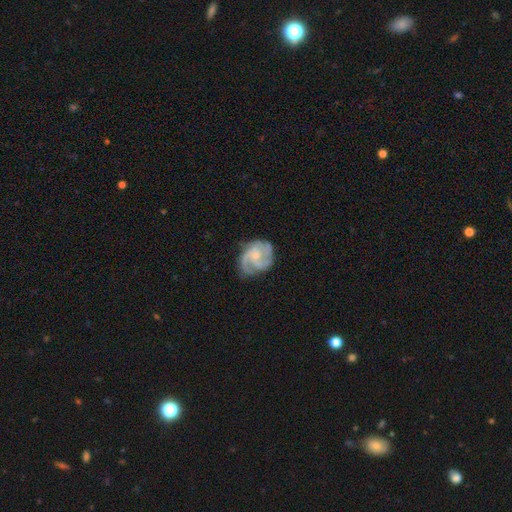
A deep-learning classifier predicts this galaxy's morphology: A featured or disk galaxy (85%) with no bar (71%), 3 (46%) medium (47%) spiral arms (96%) and a small central bulge (69%). Merging: none (66%).